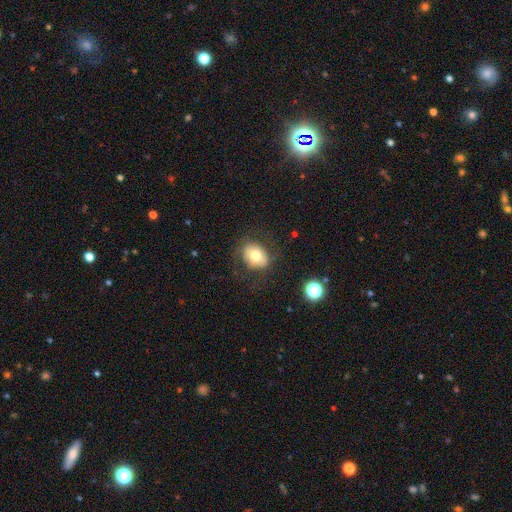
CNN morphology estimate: Smooth or featured? smooth (69%)
How rounded? in between (56%)
Merging? none (72%)